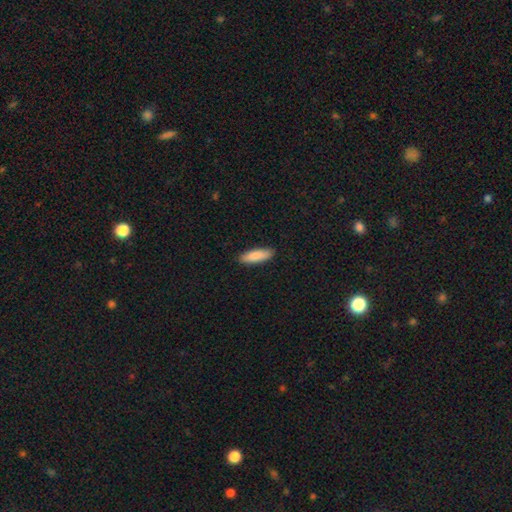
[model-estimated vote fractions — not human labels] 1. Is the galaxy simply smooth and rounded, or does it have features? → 87% smooth, 7% featured or disk, 6% star or artifact.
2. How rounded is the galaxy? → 50% in between, 48% cigar-shaped, 2% round.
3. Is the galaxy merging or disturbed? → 89% none, 8% minor disturbance, 2% major disturbance, 1% merger.